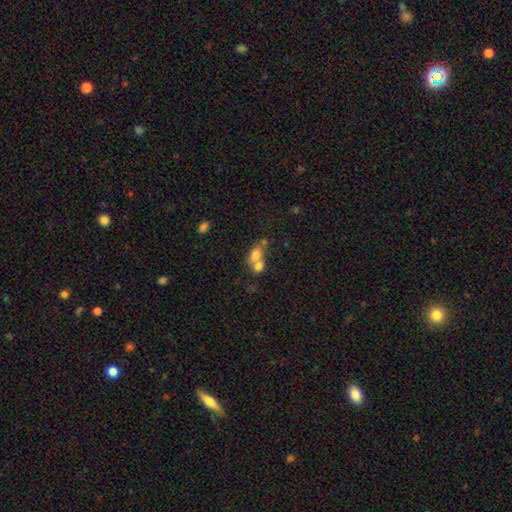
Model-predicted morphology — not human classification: Smooth or featured?
  - smooth: 70% *
  - featured or disk: 19%
  - star or artifact: 10%
How rounded?
  - in between: 67% *
  - round: 30%
  - cigar-shaped: 3%
Merging?
  - merger: 68% *
  - none: 20%
  - minor disturbance: 7%
  - major disturbance: 4%